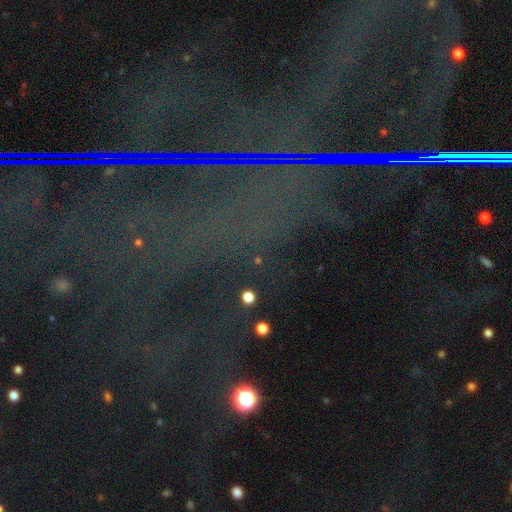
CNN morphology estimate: Smooth or featured? star or artifact (82%)